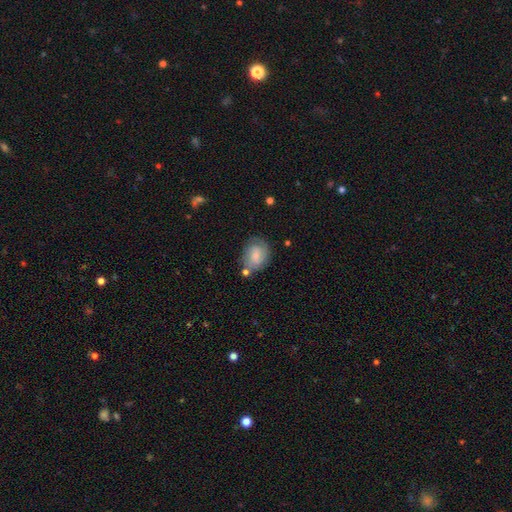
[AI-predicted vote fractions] Smooth or featured? Predicted: smooth (p=0.53). How rounded? Predicted: in between (p=0.60). Merging? Predicted: none (p=0.64).